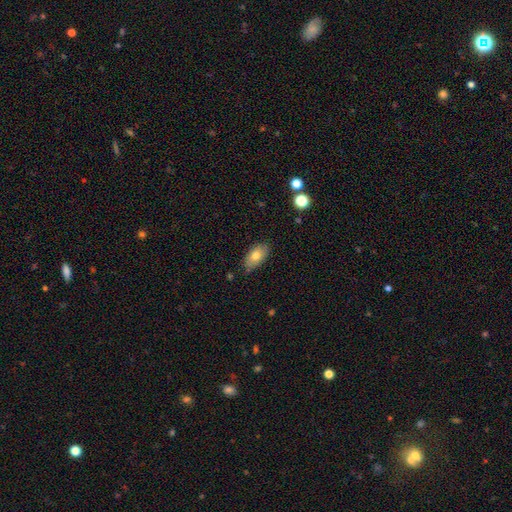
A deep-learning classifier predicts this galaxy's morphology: Q: Smooth or featured?
A: smooth (77%); runner-up: featured or disk (16%)
Q: How rounded?
A: in between (92%); runner-up: round (5%)
Q: Merging?
A: none (79%); runner-up: minor disturbance (17%)